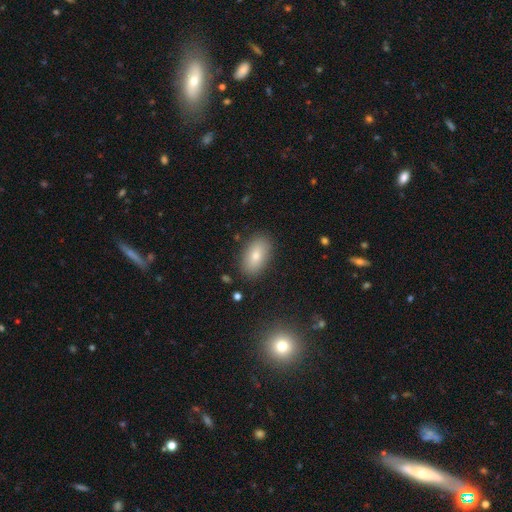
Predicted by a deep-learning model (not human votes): smooth_or_featured: smooth (p=0.78) [alt: featured or disk p=0.14]
how_rounded: in between (p=0.92) [alt: round p=0.05]
merging: none (p=0.85) [alt: minor disturbance p=0.10]